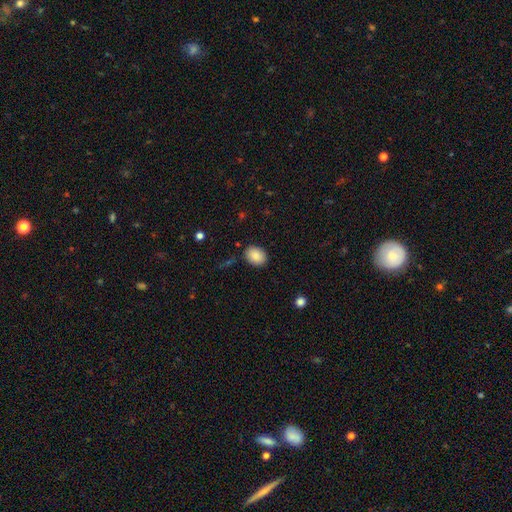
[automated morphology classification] The model was most divided on "how rounded": in between: 67%, round: 32%, cigar-shaped: 1%. More confident: smooth or featured — smooth (87%); merging — none (86%).